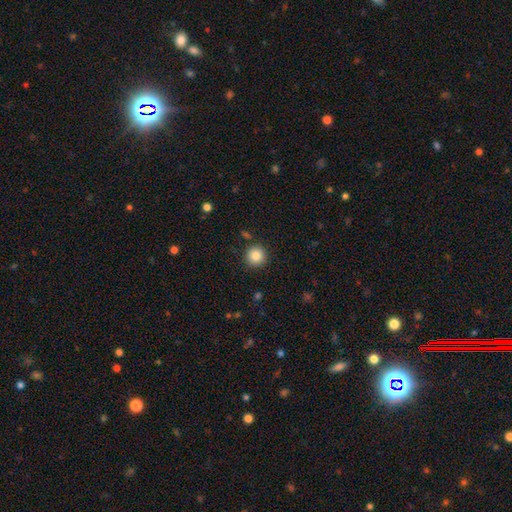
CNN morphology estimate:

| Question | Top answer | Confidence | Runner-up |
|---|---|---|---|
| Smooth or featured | smooth | 86% | star or artifact (10%) |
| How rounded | round | 94% | in between (5%) |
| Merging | none | 90% | minor disturbance (6%) |